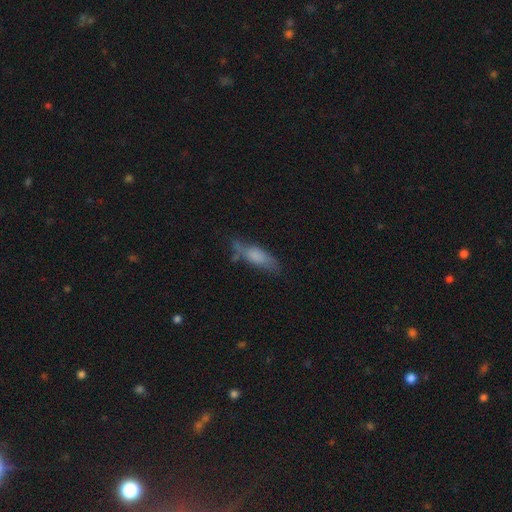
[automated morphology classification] A smooth galaxy with no disk features (66%) that is in between round and cigar-shaped (58%). Merging: none (53%).